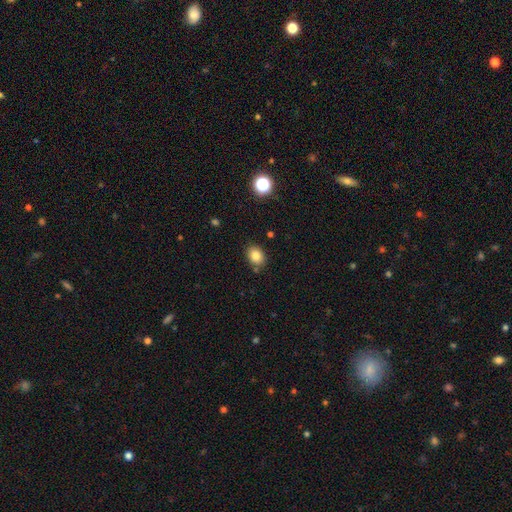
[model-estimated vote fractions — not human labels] Smooth or featured? smooth (82%)
How rounded? in between (55%)
Merging? none (82%)